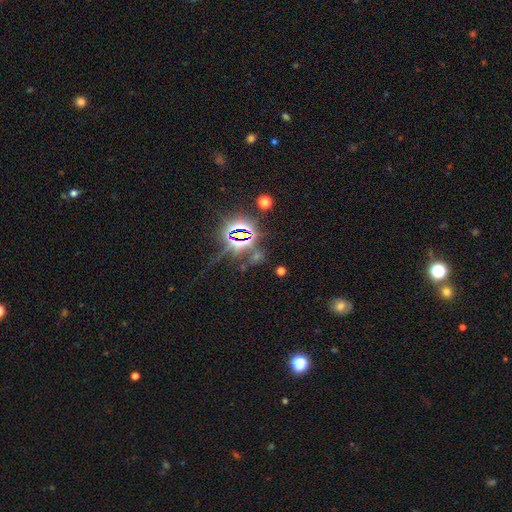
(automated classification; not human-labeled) A star or artifact, not a galaxy (79%).

Vote fractions:
- Smooth or featured? star or artifact: 79% / smooth: 12% / featured or disk: 9%